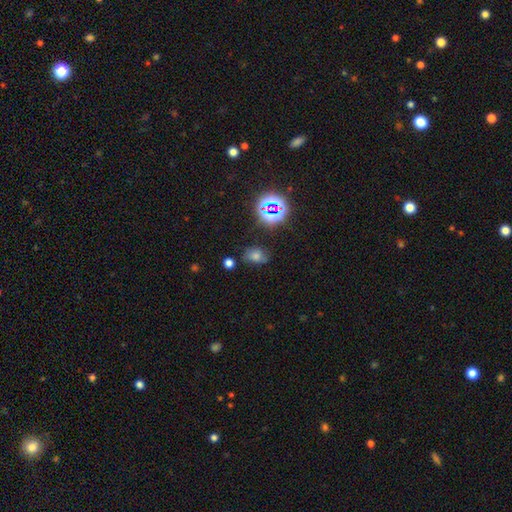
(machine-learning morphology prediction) smooth-or-featured: smooth: 53% | star or artifact: 35% | featured or disk: 12%
  how-rounded: in between: 62% | round: 37% | cigar-shaped: 2%
  merging: none: 74% | minor disturbance: 17% | major disturbance: 5% | merger: 4%